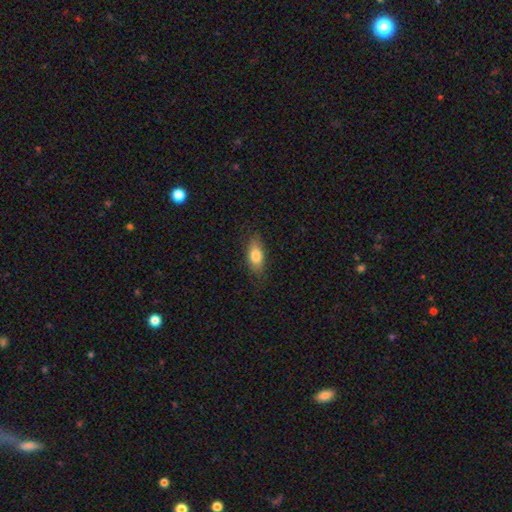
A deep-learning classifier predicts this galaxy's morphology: smooth 78%, featured or disk 14%, star or artifact 8%. Down the decision tree: how rounded — in between (81%); merging — none (79%).